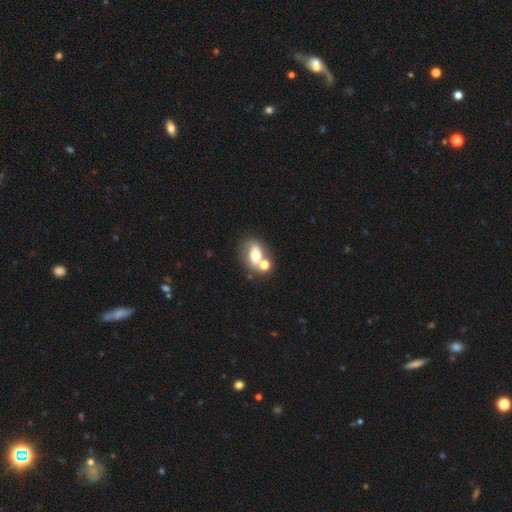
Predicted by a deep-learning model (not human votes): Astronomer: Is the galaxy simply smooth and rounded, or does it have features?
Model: smooth — 57%.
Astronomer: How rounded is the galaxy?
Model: in between — 67%.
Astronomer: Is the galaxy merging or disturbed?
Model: none — 40% (runner-up: merger, 39%).